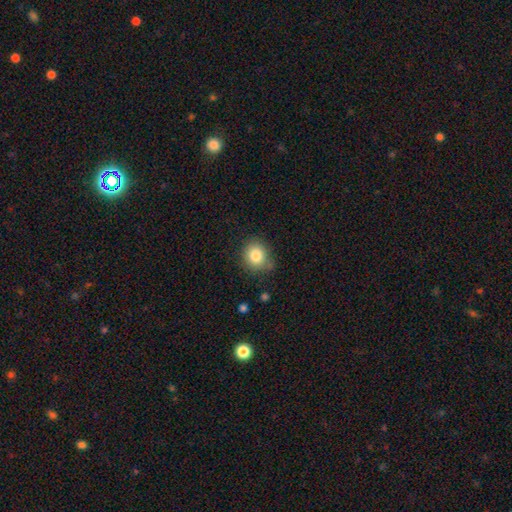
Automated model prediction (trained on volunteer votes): A smooth galaxy with no disk features (84%) that is round (74%).

Vote fractions:
- Smooth or featured? smooth: 84% / star or artifact: 10% / featured or disk: 7%
- How rounded? round: 74% / in between: 25% / cigar-shaped: 1%
- Merging? none: 76% / minor disturbance: 17% / major disturbance: 4% / merger: 3%